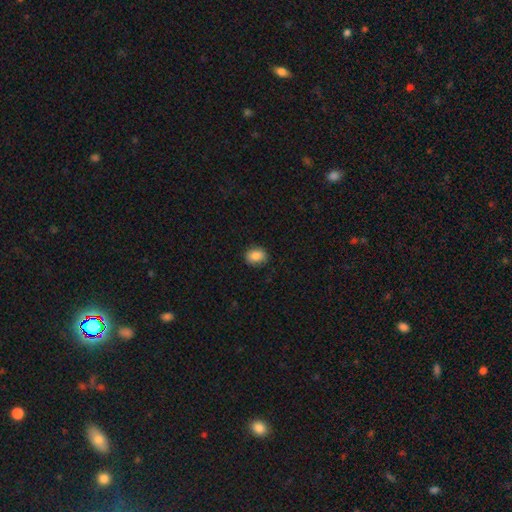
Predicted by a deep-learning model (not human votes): Smooth or featured? Predicted: smooth (p=0.87). How rounded? Predicted: in between (p=0.57). Merging? Predicted: none (p=0.85).